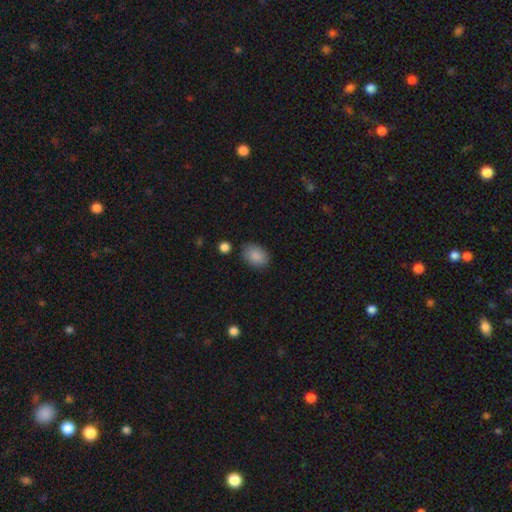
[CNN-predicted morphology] smooth 88%, star or artifact 7%, featured or disk 5%. Down the decision tree: how rounded — in between (80%); merging — none (80%).